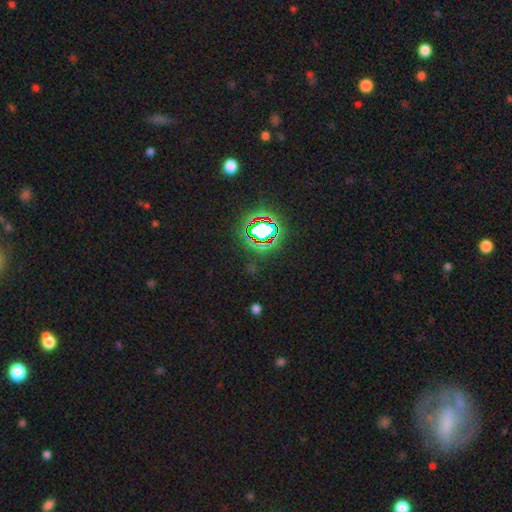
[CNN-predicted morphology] Smooth or featured? star or artifact (78%)